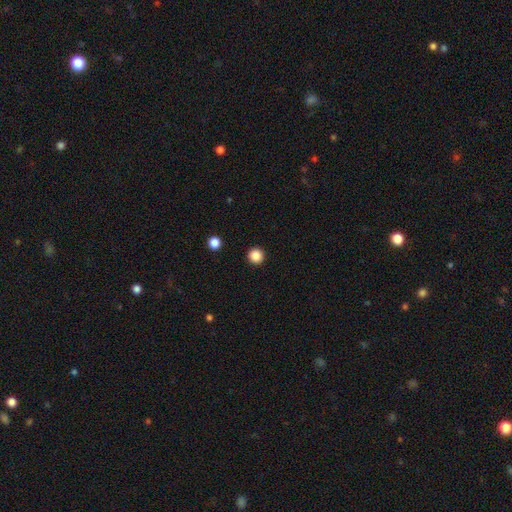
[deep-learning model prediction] smooth_or_featured: smooth (p=0.87) [alt: star or artifact p=0.11]
how_rounded: round (p=0.96) [alt: in between p=0.03]
merging: none (p=0.94) [alt: minor disturbance p=0.04]